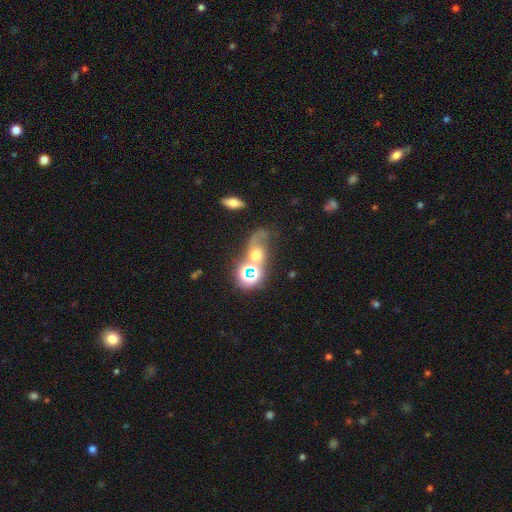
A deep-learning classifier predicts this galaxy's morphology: Smooth or featured? Predicted: smooth (p=0.42). Merging? Predicted: merger (p=0.33).